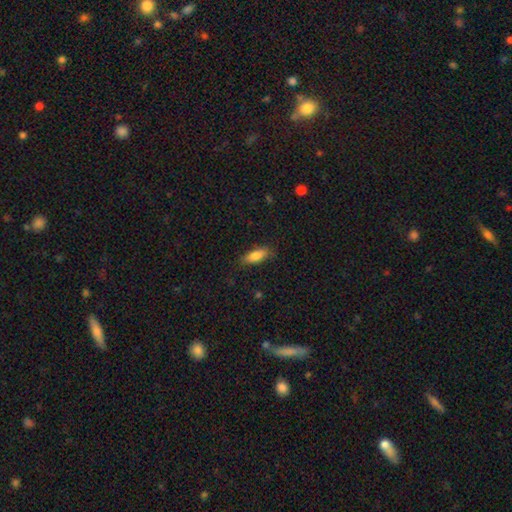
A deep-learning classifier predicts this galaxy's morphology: Smooth or featured: smooth — 80% (featured or disk — 13%)
How rounded: in between — 70% (cigar-shaped — 28%)
Merging: none — 82% (minor disturbance — 14%)